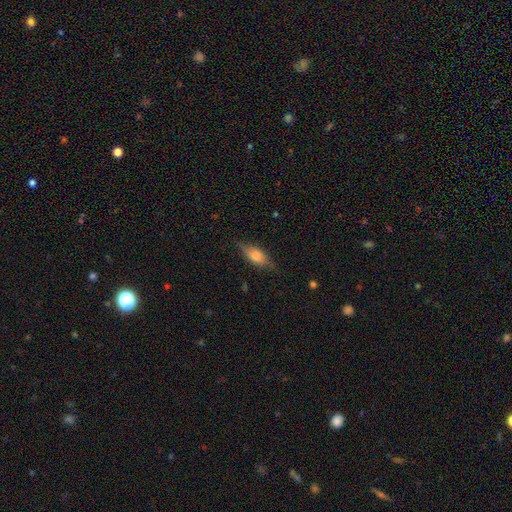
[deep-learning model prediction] Smooth or featured: smooth — 55% (featured or disk — 37%)
How rounded: in between — 71% (cigar-shaped — 23%)
Merging: none — 77% (minor disturbance — 18%)